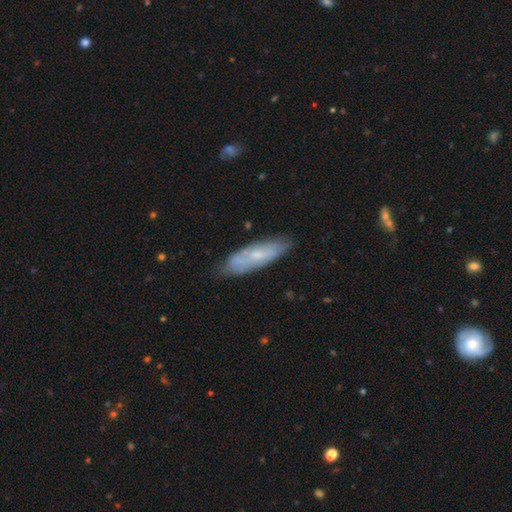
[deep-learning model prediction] A smooth galaxy with no disk features (47%).

Vote fractions:
- Smooth or featured? smooth: 47% / featured or disk: 46% / star or artifact: 7%
- Merging? none: 73% / minor disturbance: 20% / major disturbance: 4% / merger: 2%